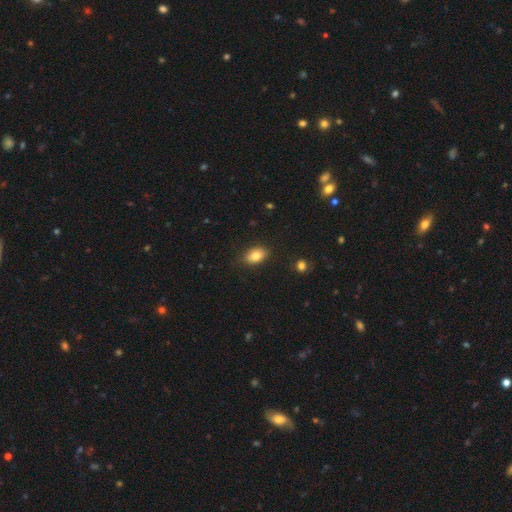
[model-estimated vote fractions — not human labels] Overall: smooth (81%). How rounded: in between (84%). Merging: none (83%).